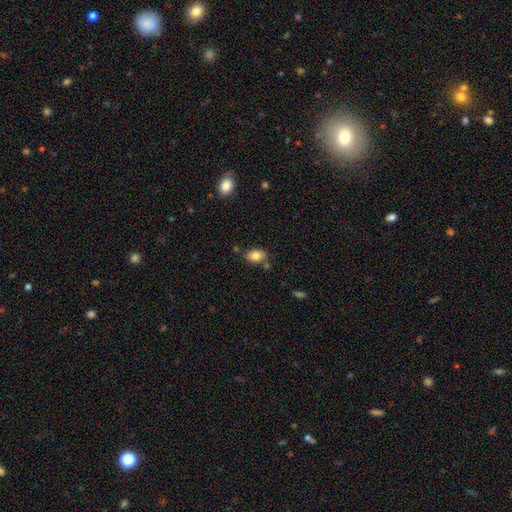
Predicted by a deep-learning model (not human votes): This appears to be a smooth galaxy with no disk features (83%) that is in between round and cigar-shaped (85%). Merging: none (76%).